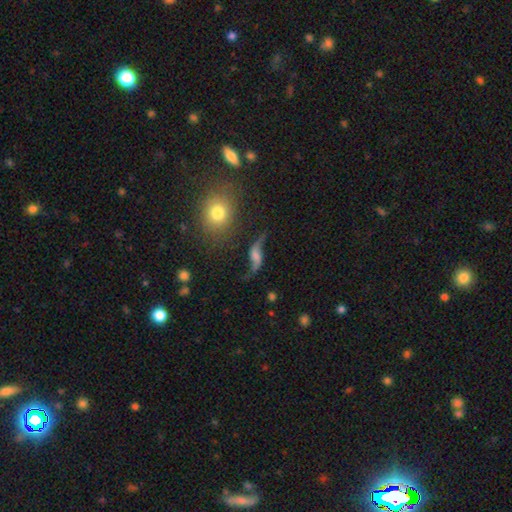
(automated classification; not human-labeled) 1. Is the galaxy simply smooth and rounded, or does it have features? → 82% featured or disk, 10% smooth, 8% star or artifact.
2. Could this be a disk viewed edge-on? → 94% no, 6% yes.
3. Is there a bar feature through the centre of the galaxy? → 48% no, 38% weak, 14% strong.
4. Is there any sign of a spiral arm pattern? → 95% yes, 5% no.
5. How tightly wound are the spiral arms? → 94% loose, 4% medium, 2% tight.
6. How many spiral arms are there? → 94% 2, 2% 1, 1% can't tell, 1% 3, 1% 4, 1% more than 4.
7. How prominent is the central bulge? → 38% none, 27% small, 22% moderate, 10% large, 3% dominant.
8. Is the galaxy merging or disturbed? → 64% none, 17% minor disturbance, 14% major disturbance, 5% merger.